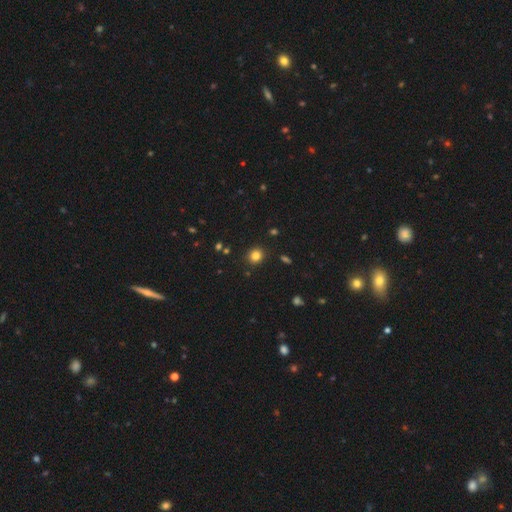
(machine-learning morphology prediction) smooth 81%, star or artifact 14%, featured or disk 5%. Down the decision tree: how rounded — round (83%); merging — none (89%).